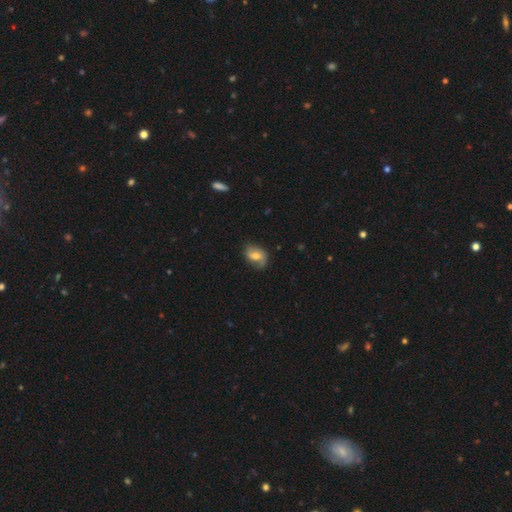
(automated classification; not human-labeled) Morphology: type=smooth (51%); roundness=in between (71%); merging=none (62%).